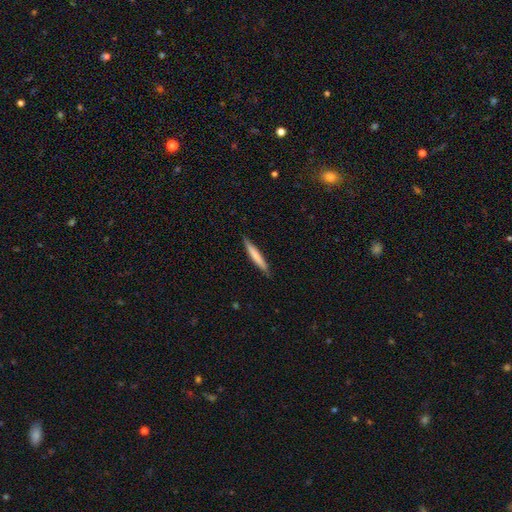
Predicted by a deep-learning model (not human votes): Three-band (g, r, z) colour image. It shows a smooth galaxy with no disk features (69%) that is cigar-shaped (95%). Merging: none (88%).